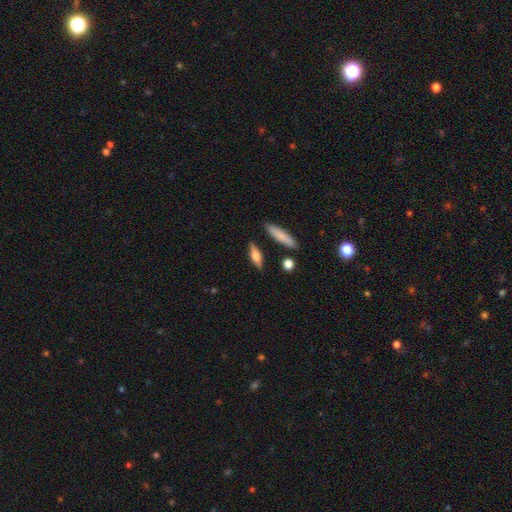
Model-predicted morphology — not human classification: Overall: smooth (55%; featured or disk 38%). How rounded: cigar-shaped (57%; in between 39%). Merging: none (82%).